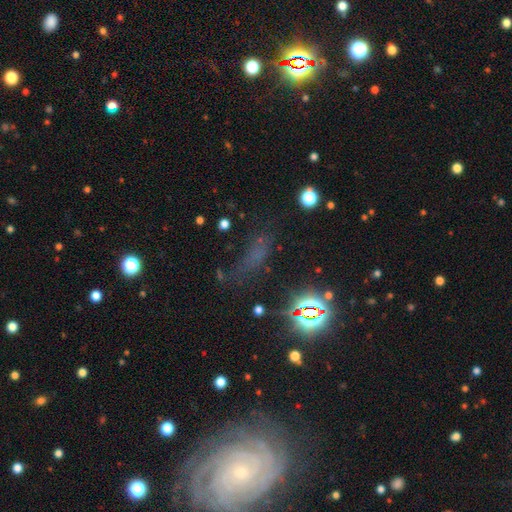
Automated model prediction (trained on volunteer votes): A star or artifact, not a galaxy (45%).